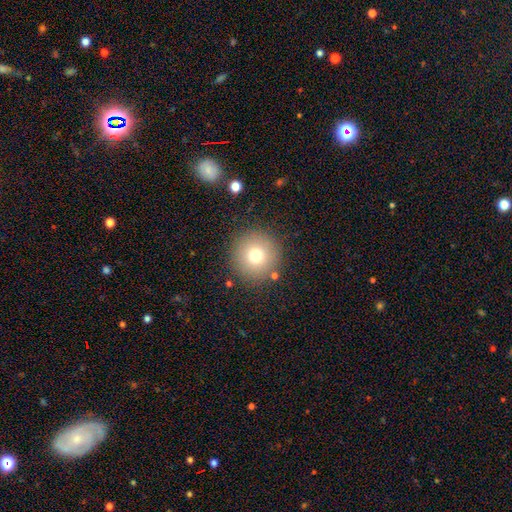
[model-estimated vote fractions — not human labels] The model was most divided on "smooth or featured": smooth: 75%, star or artifact: 13%, featured or disk: 12%. More confident: how rounded — round (96%); merging — none (88%).